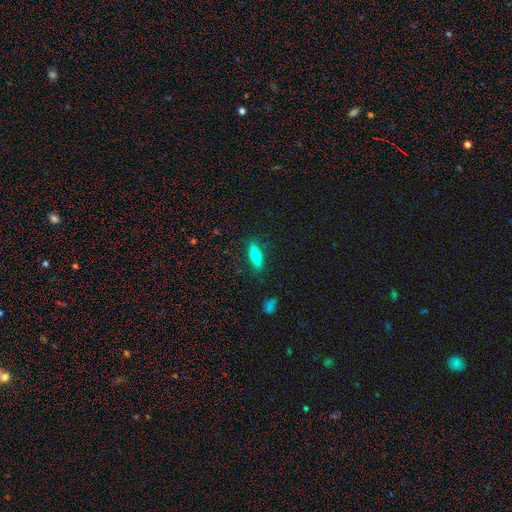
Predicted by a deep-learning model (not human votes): Smooth or featured? smooth (69%)
How rounded? cigar-shaped (50%)
Merging? none (86%)